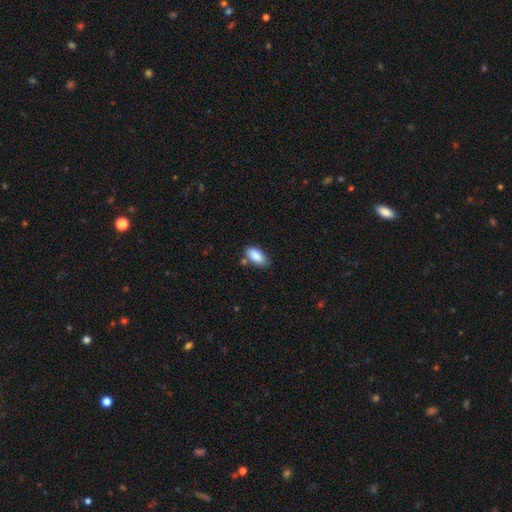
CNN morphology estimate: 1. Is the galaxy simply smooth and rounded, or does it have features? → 87% smooth, 7% star or artifact, 6% featured or disk.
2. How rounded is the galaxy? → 92% in between, 6% cigar-shaped, 3% round.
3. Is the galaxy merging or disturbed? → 70% none, 19% minor disturbance, 7% merger, 4% major disturbance.